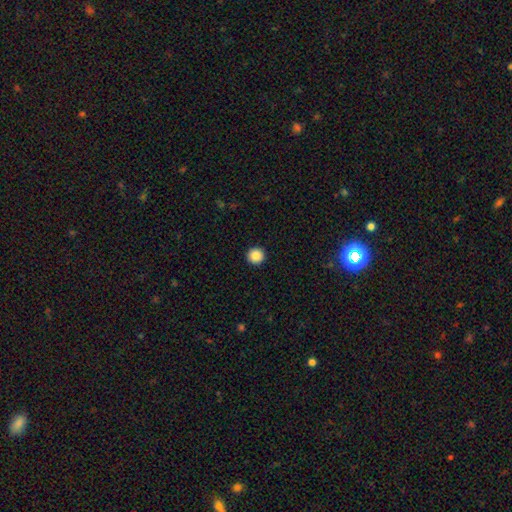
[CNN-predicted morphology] Q: Smooth or featured?
A: smooth (88%); runner-up: star or artifact (9%)
Q: How rounded?
A: round (96%); runner-up: in between (3%)
Q: Merging?
A: none (94%); runner-up: minor disturbance (4%)